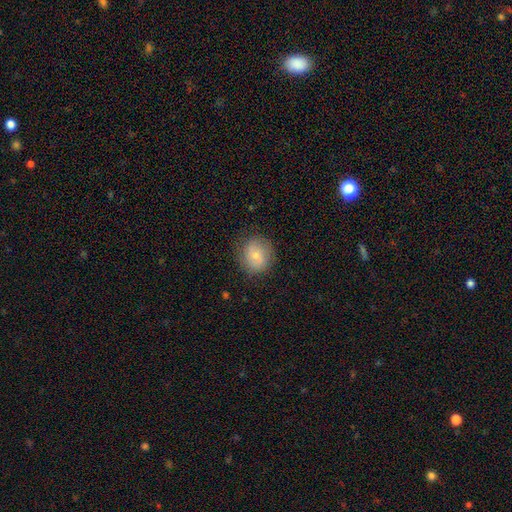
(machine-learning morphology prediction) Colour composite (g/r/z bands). It shows a smooth galaxy with no disk features (70%) that is round (83%). Merging: none (82%).